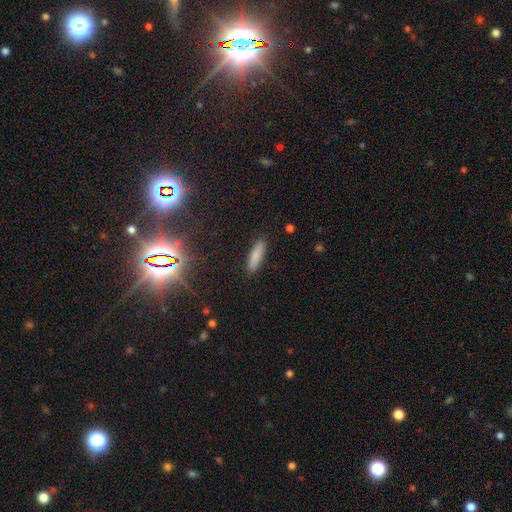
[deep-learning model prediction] The model was most divided on "how rounded": cigar-shaped: 65%, in between: 34%, round: 2%. More confident: merging — none (89%); smooth or featured — smooth (83%).